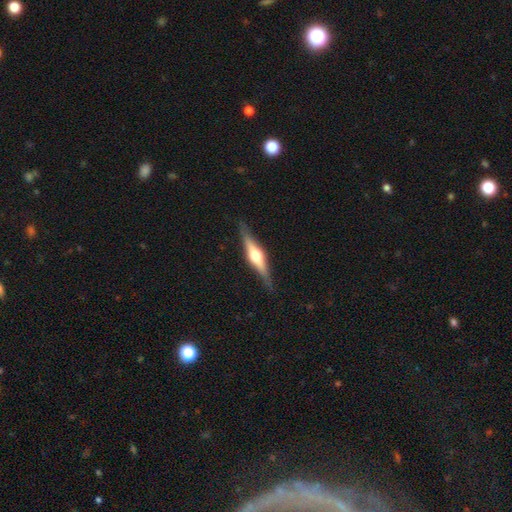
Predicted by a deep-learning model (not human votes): A featured or disk galaxy (73%) viewed edge-on (97%) with a rounded central bulge (92%). Merging: none (86%).